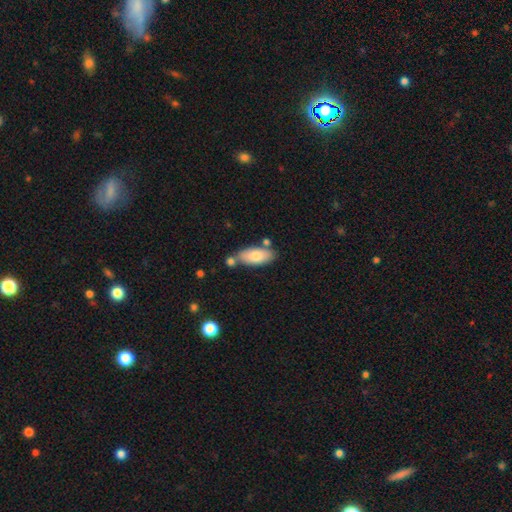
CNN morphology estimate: Smooth or featured: smooth — 76% (featured or disk — 17%)
How rounded: in between — 86% (cigar-shaped — 12%)
Merging: none — 67% (merger — 15%)